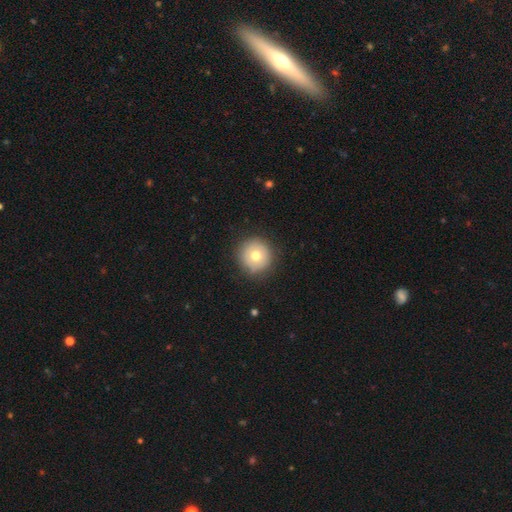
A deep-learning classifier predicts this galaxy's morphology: Smooth or featured? Predicted: smooth (p=0.68). How rounded? Predicted: round (p=0.95). Merging? Predicted: none (p=0.87).